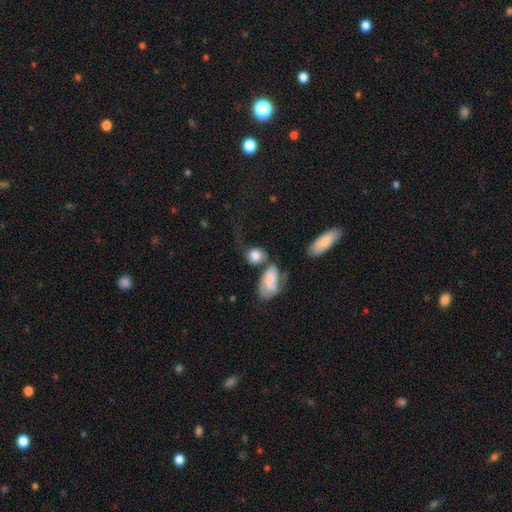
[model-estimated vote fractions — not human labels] A smooth galaxy with no disk features (75%) that is round (54%).

Vote fractions:
- Smooth or featured? smooth: 75% / featured or disk: 17% / star or artifact: 8%
- How rounded? round: 54% / in between: 44% / cigar-shaped: 3%
- Merging? none: 33% / merger: 31% / minor disturbance: 18% / major disturbance: 17%